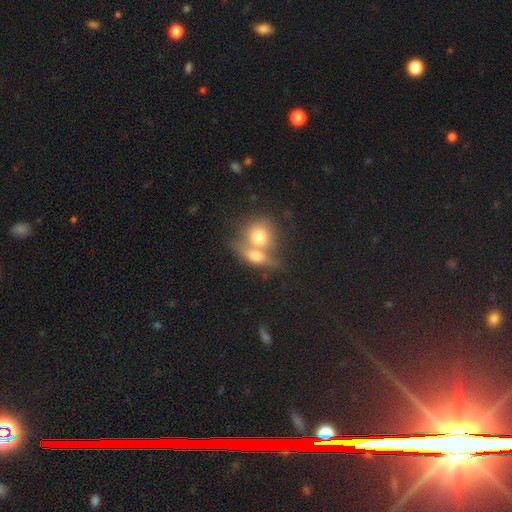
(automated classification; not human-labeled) smooth 68%, featured or disk 24%, star or artifact 8%. Down the decision tree: how rounded — in between (49%); merging — merger (66%).